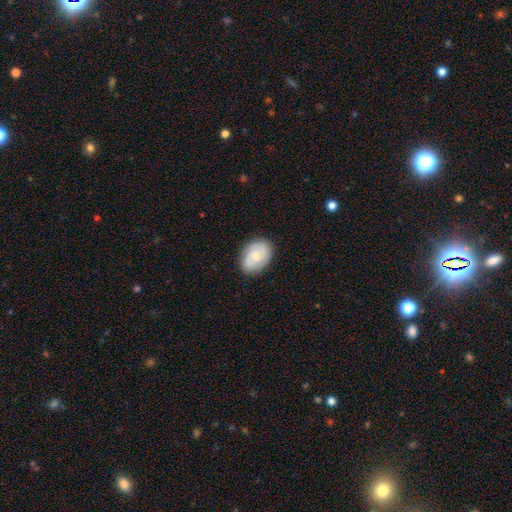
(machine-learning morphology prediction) smooth-or-featured: smooth: 58% | featured or disk: 36% | star or artifact: 7%
  how-rounded: in between: 81% | round: 18% | cigar-shaped: 1%
  merging: none: 82% | minor disturbance: 14% | major disturbance: 3% | merger: 1%